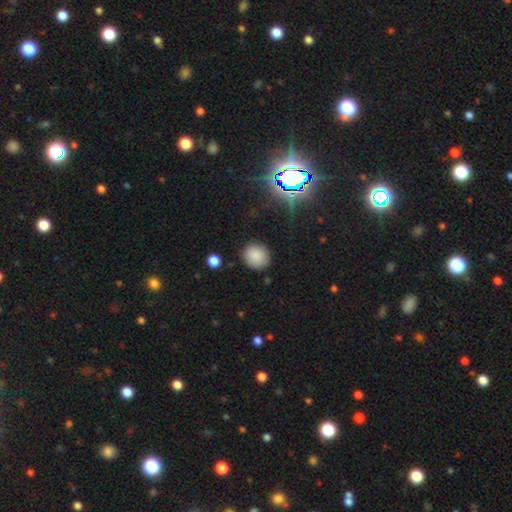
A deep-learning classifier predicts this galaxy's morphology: A smooth galaxy with no disk features (84%) that is round (87%).

Vote fractions:
- Smooth or featured? smooth: 84% / star or artifact: 11% / featured or disk: 5%
- How rounded? round: 87% / in between: 12% / cigar-shaped: 1%
- Merging? none: 87% / minor disturbance: 9% / major disturbance: 3% / merger: 2%